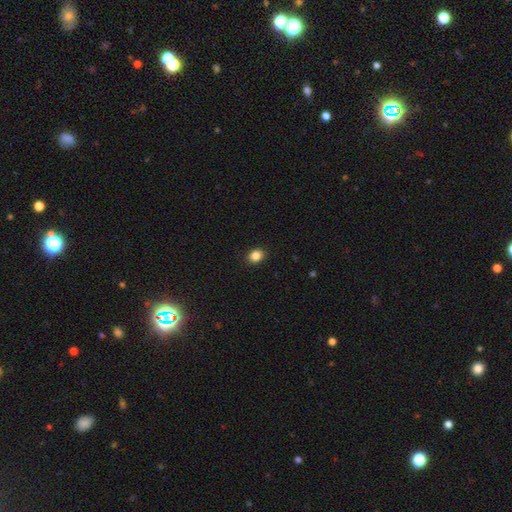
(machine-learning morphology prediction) smooth-or-featured: smooth: 86% | star or artifact: 10% | featured or disk: 4%
  how-rounded: round: 54% | in between: 45% | cigar-shaped: 1%
  merging: none: 91% | minor disturbance: 7% | major disturbance: 2% | merger: 1%